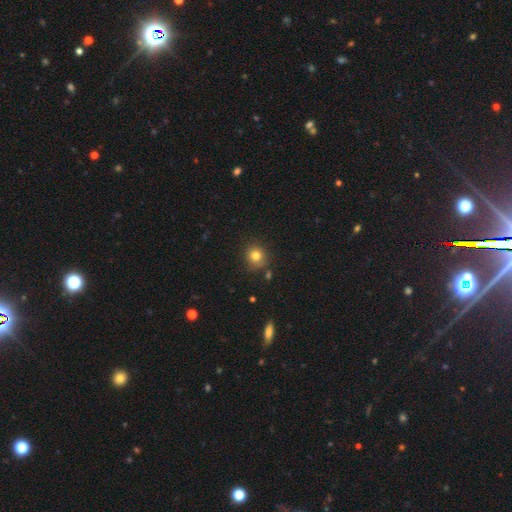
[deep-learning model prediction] Smooth or featured? Predicted: smooth (p=0.80). How rounded? Predicted: round (p=0.89). Merging? Predicted: none (p=0.79).